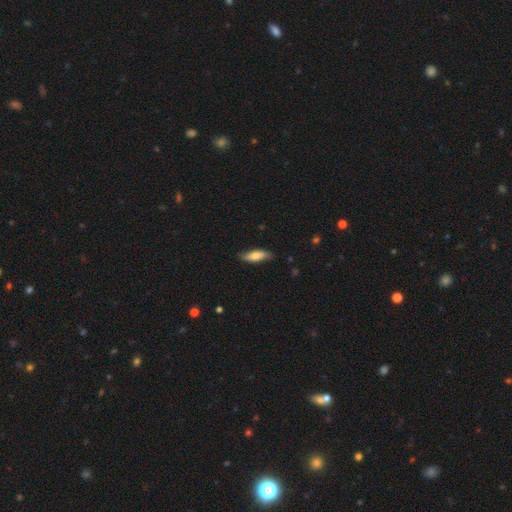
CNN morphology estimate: Q: Smooth or featured?
A: smooth (70%); runner-up: featured or disk (24%)
Q: How rounded?
A: in between (58%); runner-up: cigar-shaped (40%)
Q: Merging?
A: none (80%); runner-up: minor disturbance (17%)